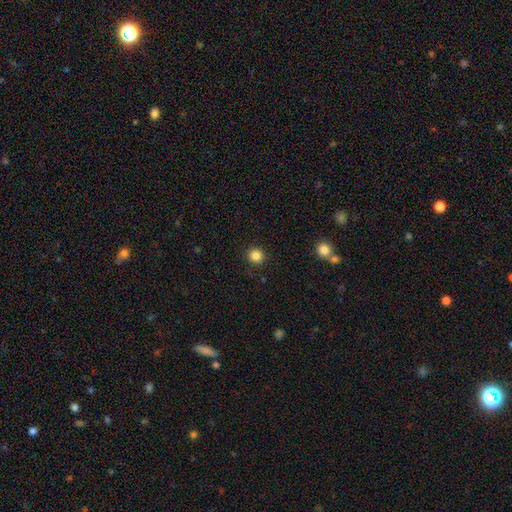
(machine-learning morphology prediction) Smooth or featured: smooth — 85% (star or artifact — 11%)
How rounded: round — 90% (in between — 9%)
Merging: none — 91% (minor disturbance — 6%)